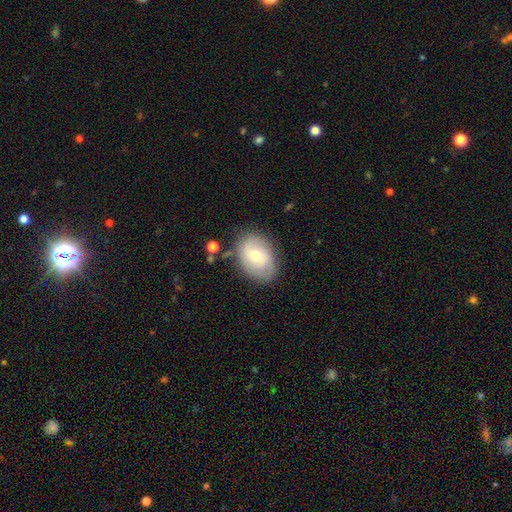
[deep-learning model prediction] Smooth or featured? smooth (52%)
How rounded? in between (73%)
Merging? none (77%)